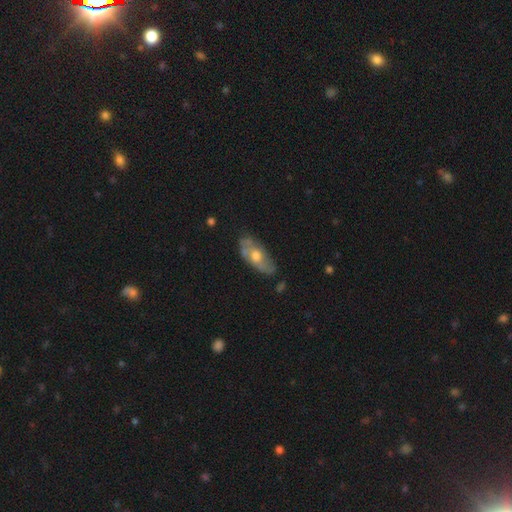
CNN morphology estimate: featured or disk 56%, smooth 37%, star or artifact 6%. Down the decision tree: edge-on disk — no (81%); merging — none (67%).